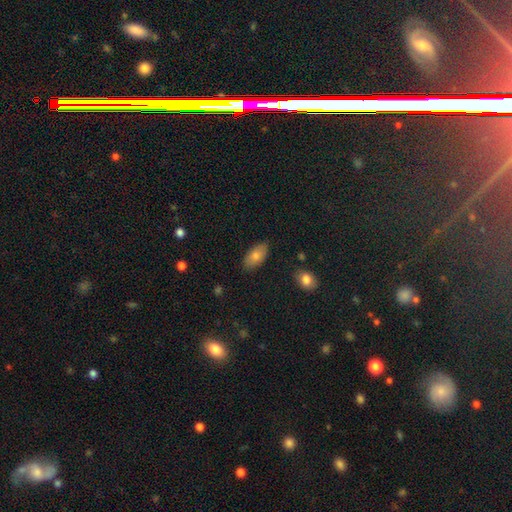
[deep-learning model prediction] smooth_or_featured: smooth (p=0.76) [alt: featured or disk p=0.16]
how_rounded: in between (p=0.91) [alt: cigar-shaped p=0.05]
merging: none (p=0.86) [alt: minor disturbance p=0.11]